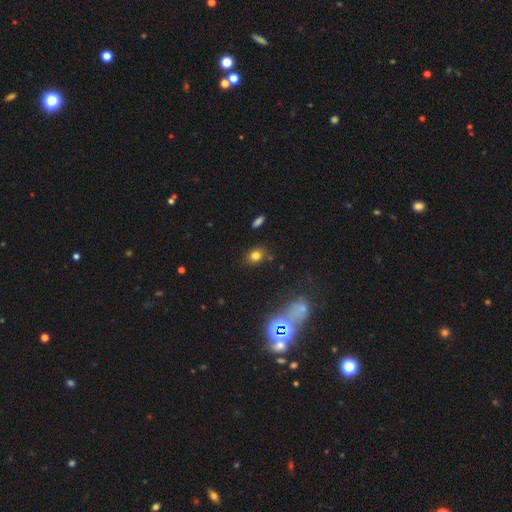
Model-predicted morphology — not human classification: Smooth or featured: smooth — 77% (star or artifact — 15%)
How rounded: round — 51% (in between — 48%)
Merging: none — 84% (minor disturbance — 11%)